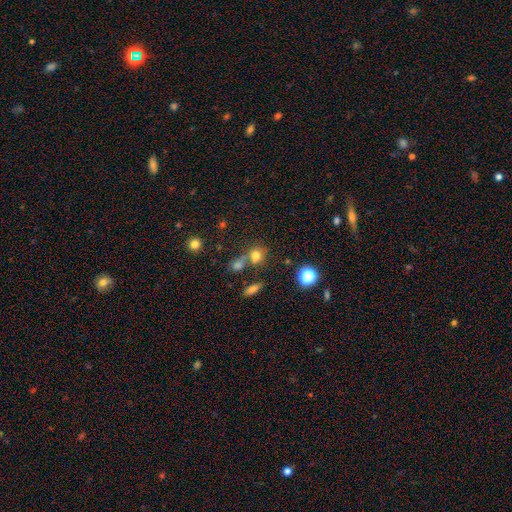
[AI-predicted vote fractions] A smooth galaxy with no disk features (71%) that is round (76%).

Vote fractions:
- Smooth or featured? smooth: 71% / star or artifact: 18% / featured or disk: 10%
- How rounded? round: 76% / in between: 22% / cigar-shaped: 2%
- Merging? none: 52% / merger: 32% / minor disturbance: 11% / major disturbance: 5%